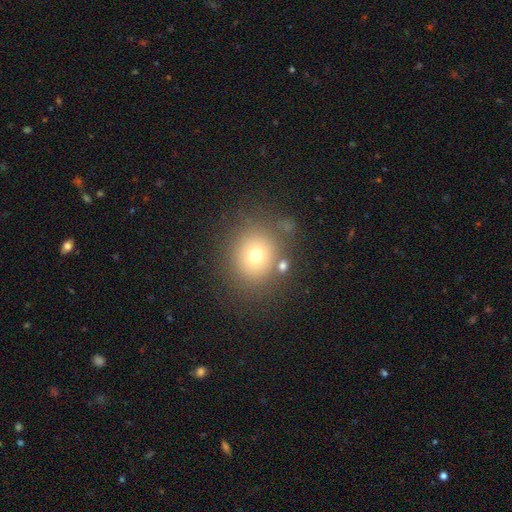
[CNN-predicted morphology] smooth_or_featured: smooth (p=0.70) [alt: star or artifact p=0.16]
how_rounded: round (p=0.79) [alt: in between p=0.21]
merging: none (p=0.77) [alt: minor disturbance p=0.11]